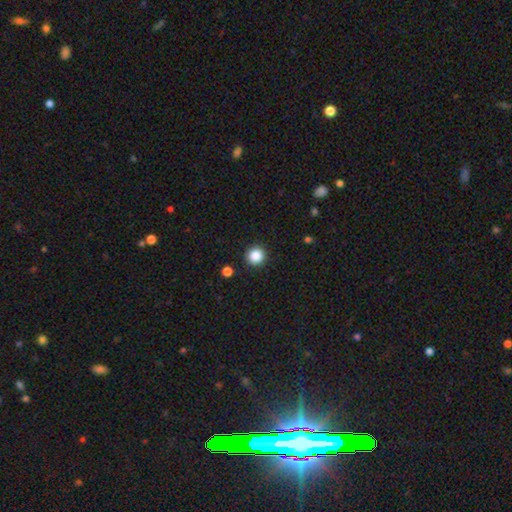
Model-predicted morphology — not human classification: type=smooth (87%); roundness=round (95%); merging=none (91%).